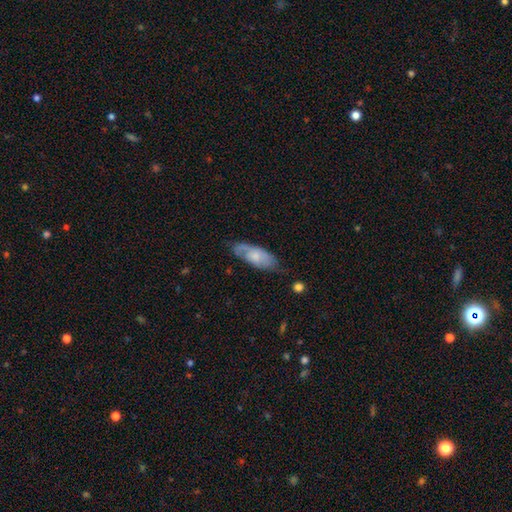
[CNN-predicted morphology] Smooth or featured? Predicted: smooth (p=0.51). How rounded? Predicted: in between (p=0.78). Merging? Predicted: none (p=0.60).